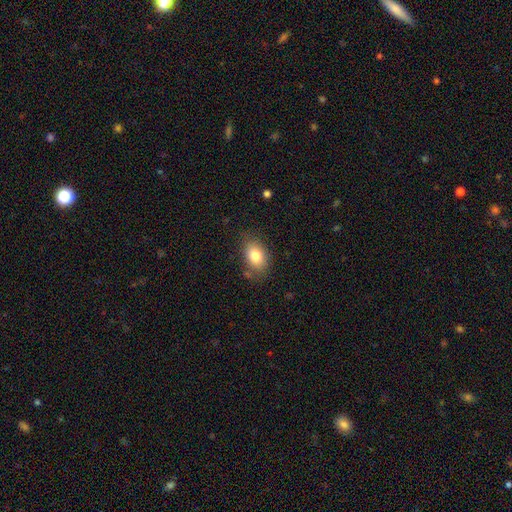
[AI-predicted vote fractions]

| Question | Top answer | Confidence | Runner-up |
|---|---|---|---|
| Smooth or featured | smooth | 81% | featured or disk (11%) |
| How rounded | in between | 84% | round (15%) |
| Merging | none | 77% | minor disturbance (16%) |